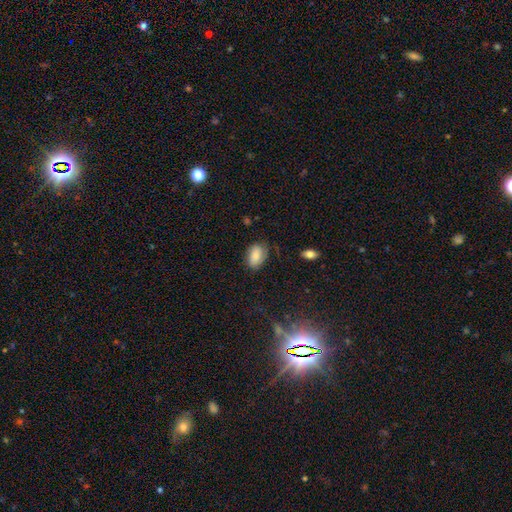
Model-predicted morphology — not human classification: smooth 78%, featured or disk 14%, star or artifact 8%. Down the decision tree: how rounded — in between (86%); merging — none (69%).